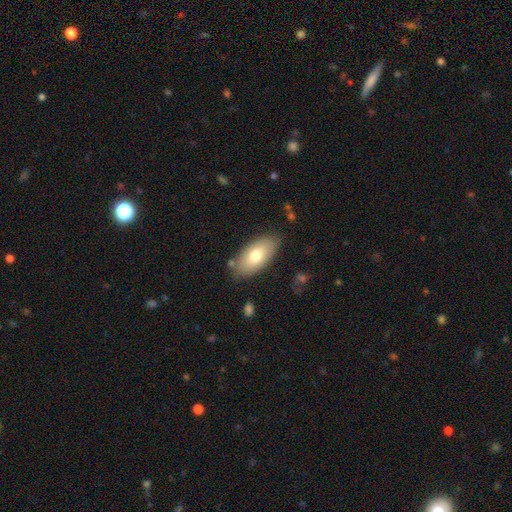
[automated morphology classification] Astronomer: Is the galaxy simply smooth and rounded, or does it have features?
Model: smooth — 73%.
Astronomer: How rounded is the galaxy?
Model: in between — 91%.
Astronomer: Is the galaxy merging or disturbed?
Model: none — 82%.